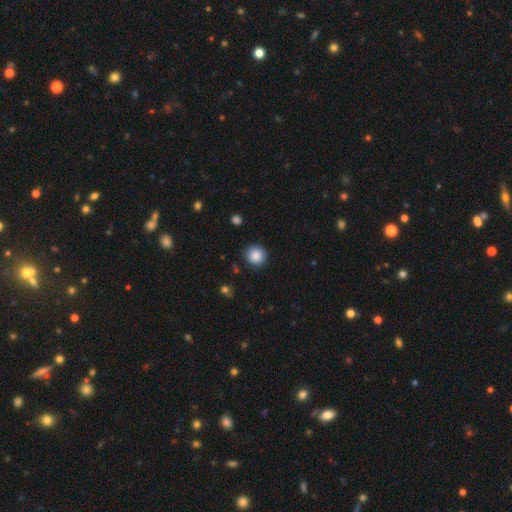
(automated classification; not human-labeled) smooth 87%, star or artifact 9%, featured or disk 4%. Down the decision tree: how rounded — round (90%); merging — none (89%).